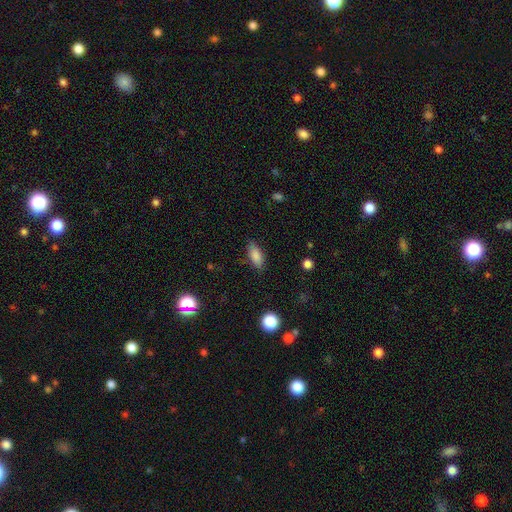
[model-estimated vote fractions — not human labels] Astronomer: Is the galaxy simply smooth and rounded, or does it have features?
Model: smooth — 84%.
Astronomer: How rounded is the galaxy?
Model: in between — 83%.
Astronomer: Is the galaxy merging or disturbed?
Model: none — 83%.